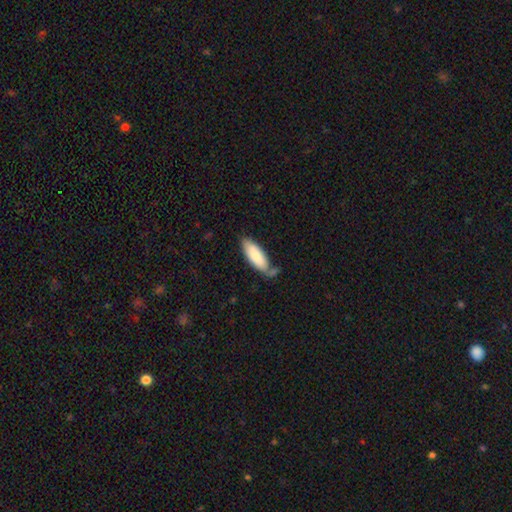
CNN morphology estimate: Overall: smooth (83%). How rounded: in between (71%). Merging: none (56%; minor disturbance 26%).